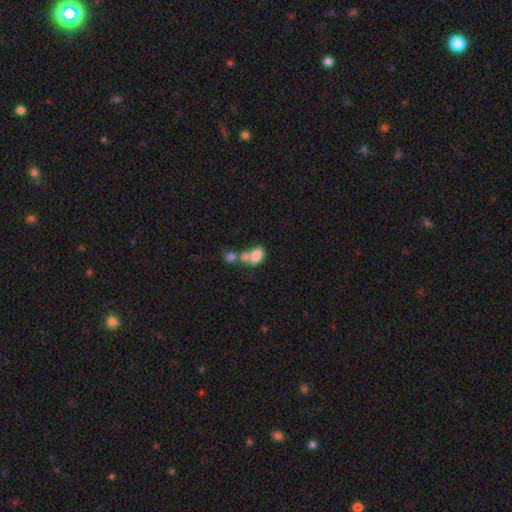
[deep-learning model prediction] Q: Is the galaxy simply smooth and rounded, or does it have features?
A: smooth — 79%.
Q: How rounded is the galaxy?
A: in between — 84%.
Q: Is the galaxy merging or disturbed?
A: merger — 60%.